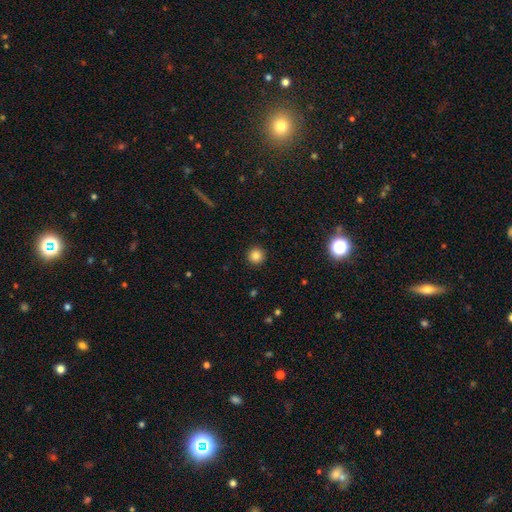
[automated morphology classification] smooth_or_featured: smooth (p=0.84) [alt: star or artifact p=0.12]
how_rounded: round (p=0.95) [alt: in between p=0.04]
merging: none (p=0.93) [alt: minor disturbance p=0.05]